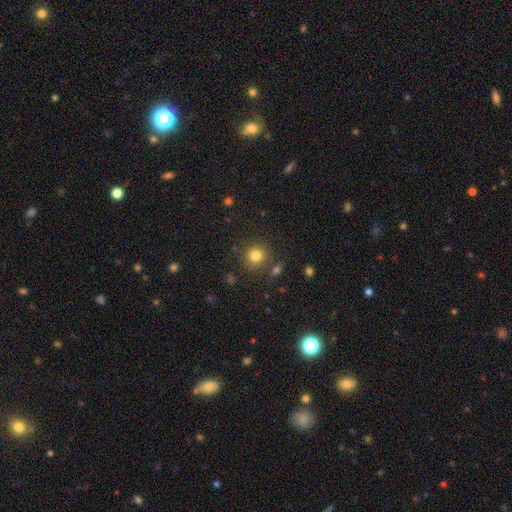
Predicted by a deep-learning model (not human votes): A smooth galaxy with no disk features (81%) that is round (90%).

Vote fractions:
- Smooth or featured? smooth: 81% / star or artifact: 13% / featured or disk: 7%
- How rounded? round: 90% / in between: 9% / cigar-shaped: 1%
- Merging? none: 82% / minor disturbance: 9% / merger: 6% / major disturbance: 3%